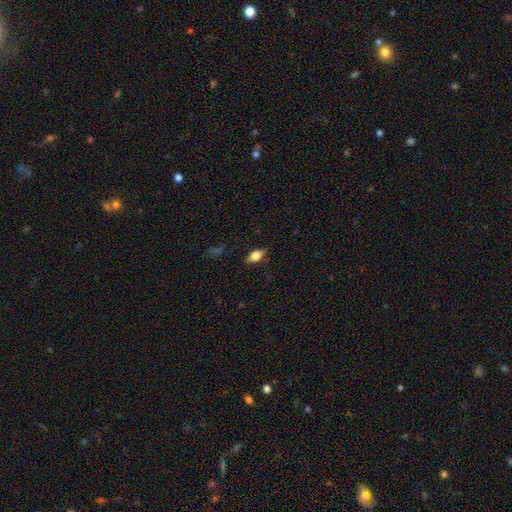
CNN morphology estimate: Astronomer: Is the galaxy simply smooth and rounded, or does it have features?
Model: smooth — 59%.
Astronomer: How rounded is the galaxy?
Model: in between — 79%.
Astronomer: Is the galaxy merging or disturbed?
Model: none — 83%.